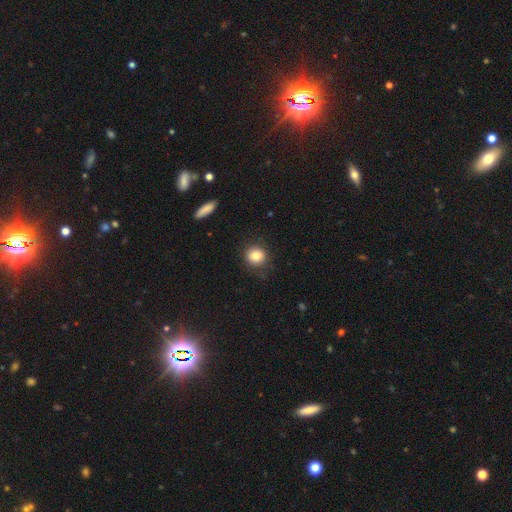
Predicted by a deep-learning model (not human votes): This is clearly a smooth galaxy (84%). How rounded: clearly round (83%). Merging: clearly none (82%).